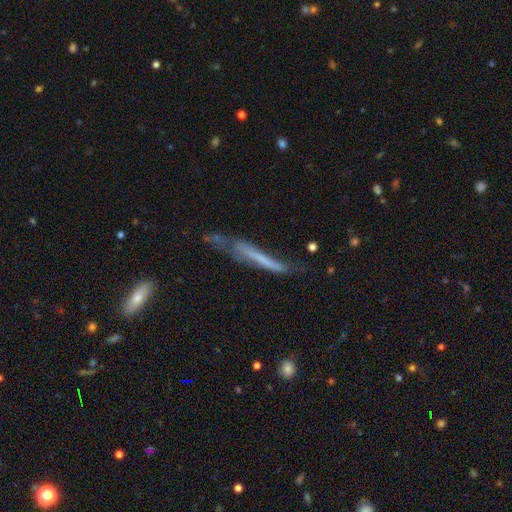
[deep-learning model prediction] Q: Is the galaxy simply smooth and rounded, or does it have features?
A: featured or disk — 48%.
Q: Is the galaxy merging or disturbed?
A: none — 48%.